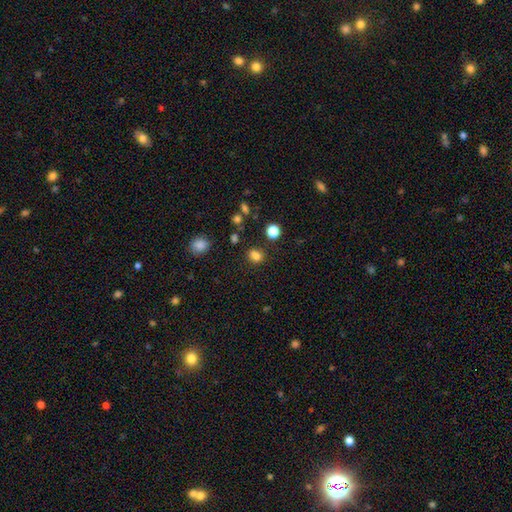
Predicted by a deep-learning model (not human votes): Morphology: type=smooth (80%); roundness=round (60%); merging=none (76%).